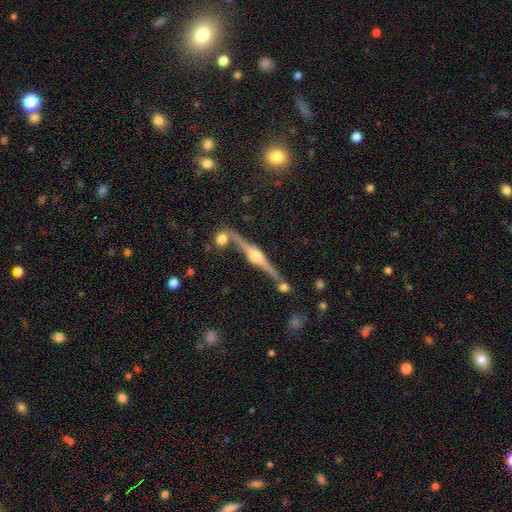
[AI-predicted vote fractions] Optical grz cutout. It shows a featured or disk galaxy (88%) viewed edge-on (98%) with a rounded central bulge (93%). Merging: none (82%).